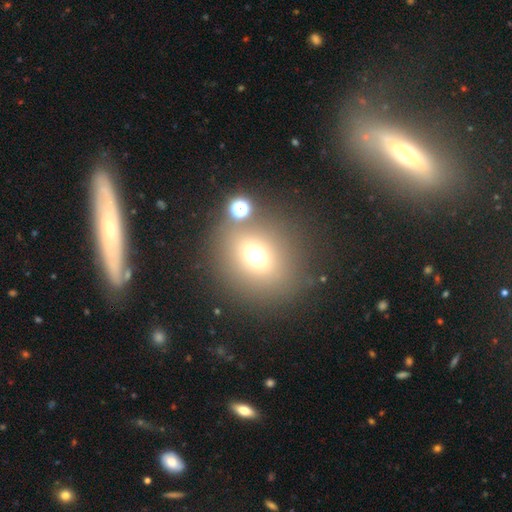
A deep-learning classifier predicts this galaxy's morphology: Overall: smooth (65%). How rounded: round (71%). Merging: none (72%).